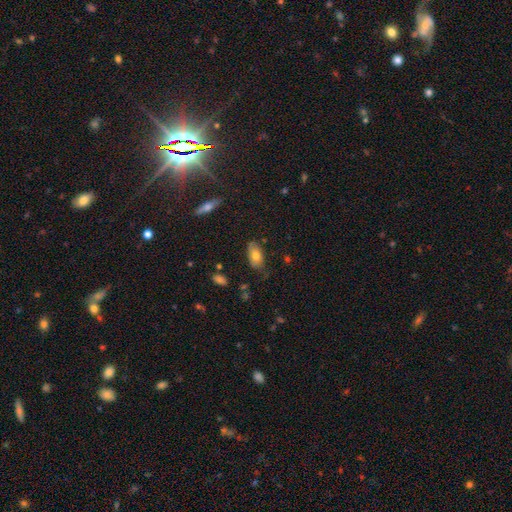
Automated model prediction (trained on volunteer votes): The model was most divided on "merging": none: 68%, minor disturbance: 25%, major disturbance: 5%, merger: 2%. More confident: how rounded — in between (91%); smooth or featured — smooth (72%).